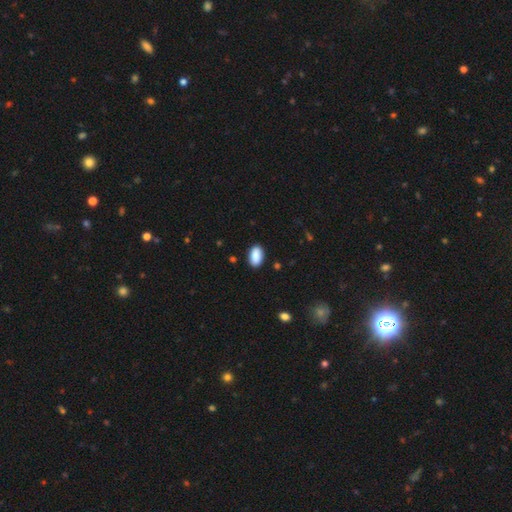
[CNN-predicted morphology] smooth_or_featured: smooth (p=0.90) [alt: star or artifact p=0.07]
how_rounded: in between (p=0.94) [alt: round p=0.04]
merging: none (p=0.88) [alt: minor disturbance p=0.09]